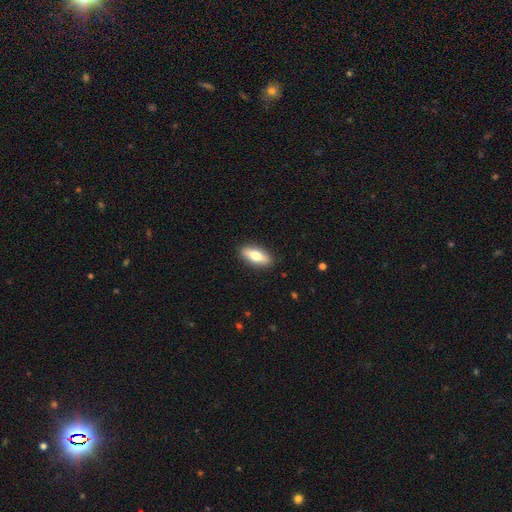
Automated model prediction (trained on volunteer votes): smooth 68%, featured or disk 26%, star or artifact 6%. Down the decision tree: how rounded — in between (73%); merging — none (89%).